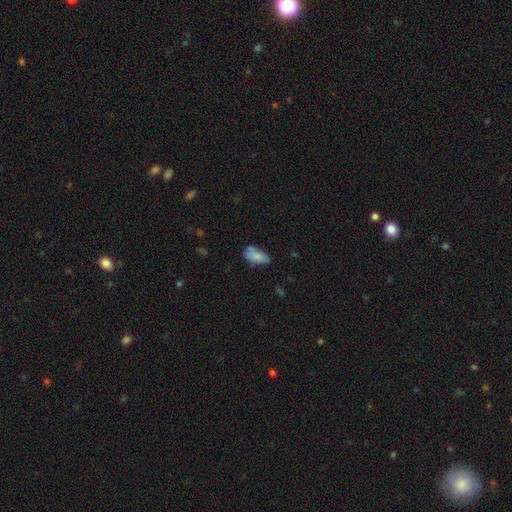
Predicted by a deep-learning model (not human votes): A smooth galaxy with no disk features (79%) that is in between round and cigar-shaped (89%).

Vote fractions:
- Smooth or featured? smooth: 79% / featured or disk: 12% / star or artifact: 8%
- How rounded? in between: 89% / cigar-shaped: 8% / round: 3%
- Merging? none: 55% / minor disturbance: 29% / major disturbance: 8% / merger: 7%